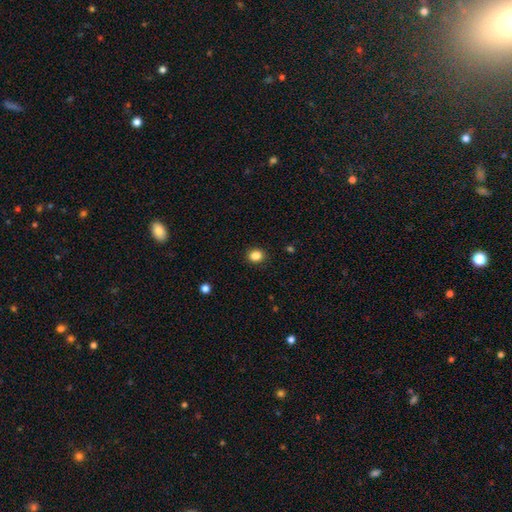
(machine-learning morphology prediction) The model was most divided on "how rounded": round: 63%, in between: 36%, cigar-shaped: 1%. More confident: merging — none (90%); smooth or featured — smooth (86%).